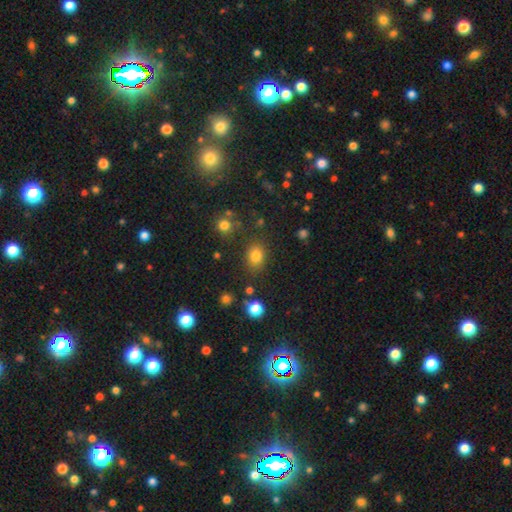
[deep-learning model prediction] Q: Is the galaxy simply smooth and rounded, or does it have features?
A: smooth — 80%.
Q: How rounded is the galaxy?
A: in between — 52%.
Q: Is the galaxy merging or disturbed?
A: none — 81%.